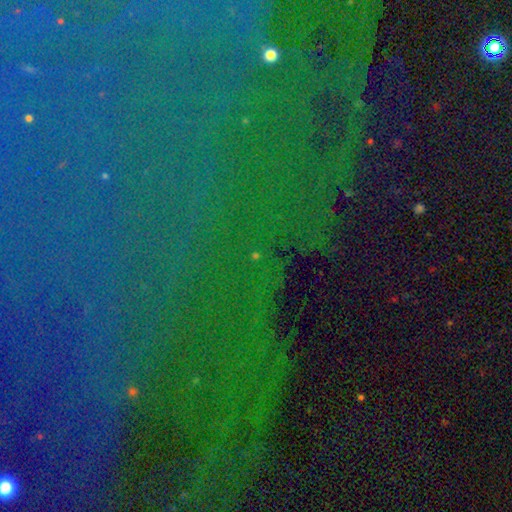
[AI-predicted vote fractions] This appears to be a star or artifact, not a galaxy (82%).